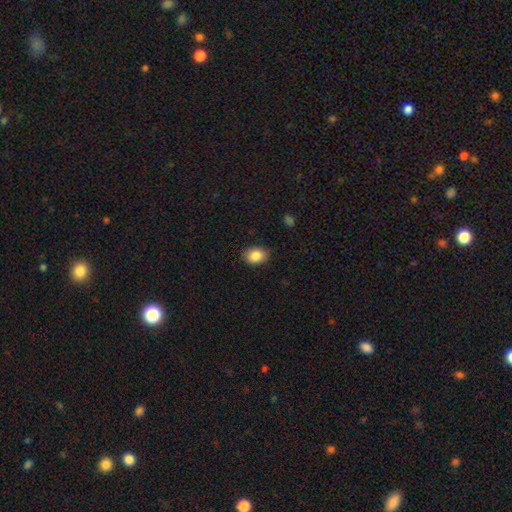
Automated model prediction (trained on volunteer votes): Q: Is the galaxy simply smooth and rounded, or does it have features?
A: smooth — 86%.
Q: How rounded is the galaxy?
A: in between — 72%.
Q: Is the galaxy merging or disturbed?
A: none — 88%.